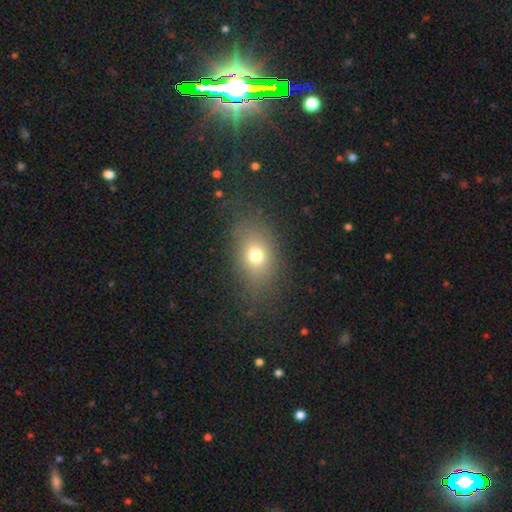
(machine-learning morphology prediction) This appears to be a smooth galaxy with no disk features (70%) that is in between round and cigar-shaped (68%). Merging: none (77%).